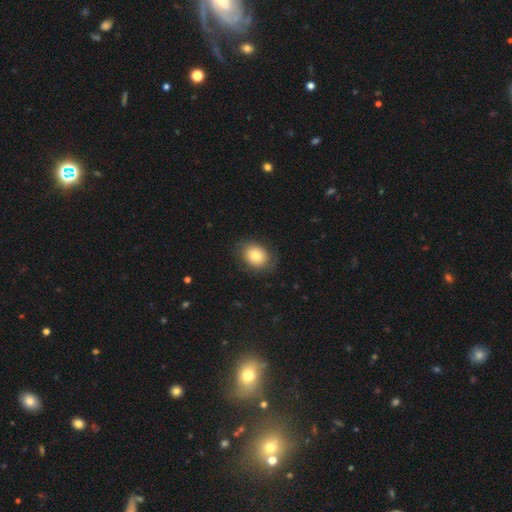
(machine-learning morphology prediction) smooth-or-featured: smooth: 82% | featured or disk: 10% | star or artifact: 8%
  how-rounded: in between: 58% | round: 41% | cigar-shaped: 1%
  merging: none: 81% | minor disturbance: 13% | major disturbance: 4% | merger: 1%